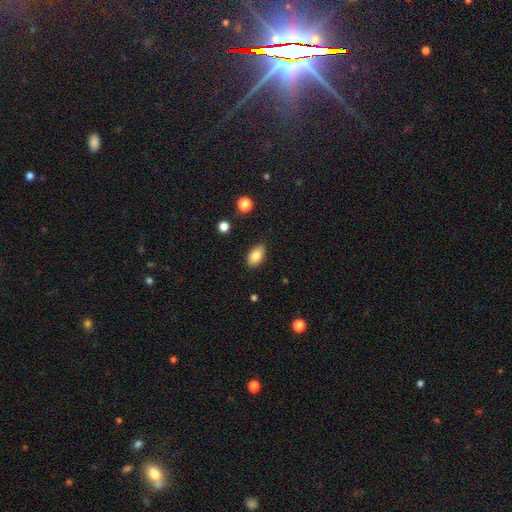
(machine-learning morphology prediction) smooth-or-featured: smooth: 84% | featured or disk: 8% | star or artifact: 8%
  how-rounded: in between: 91% | round: 6% | cigar-shaped: 3%
  merging: none: 84% | minor disturbance: 12% | major disturbance: 2% | merger: 1%